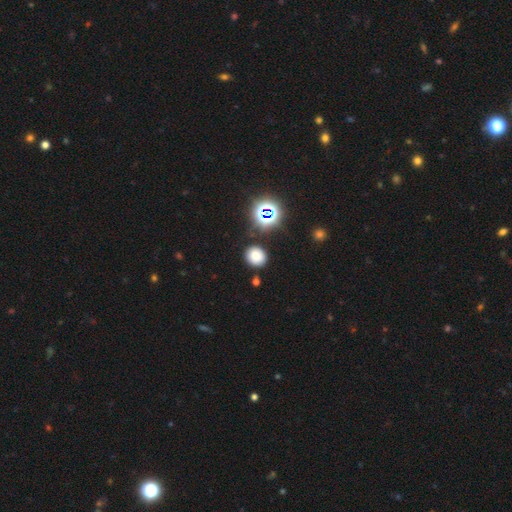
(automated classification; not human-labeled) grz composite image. It shows a smooth galaxy with no disk features (74%) that is round (75%). Merging: none (83%).